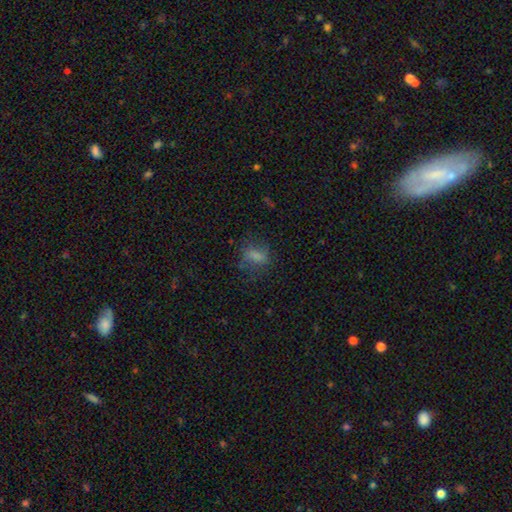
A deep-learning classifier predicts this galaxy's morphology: The model was most divided on "merging": none: 60%, minor disturbance: 22%, major disturbance: 16%, merger: 2%. More confident: how rounded — in between (72%); smooth or featured — smooth (70%).